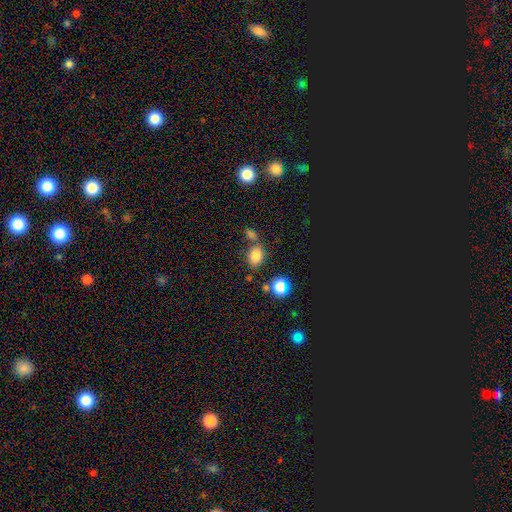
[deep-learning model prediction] A smooth galaxy with no disk features (79%) that is in between round and cigar-shaped (68%). Merging: none (66%).